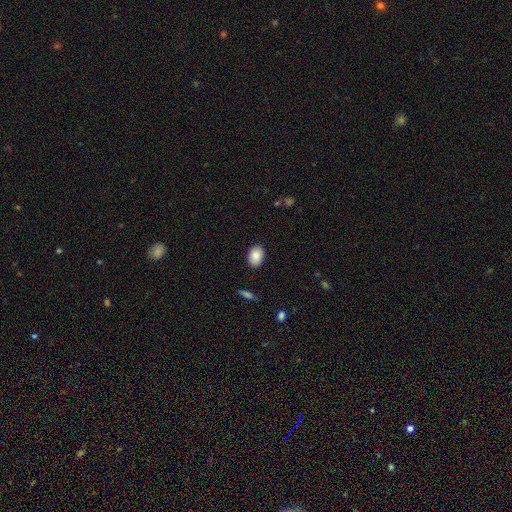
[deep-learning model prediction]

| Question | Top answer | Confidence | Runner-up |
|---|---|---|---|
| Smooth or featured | smooth | 86% | star or artifact (7%) |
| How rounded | in between | 82% | round (17%) |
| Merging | none | 88% | minor disturbance (9%) |